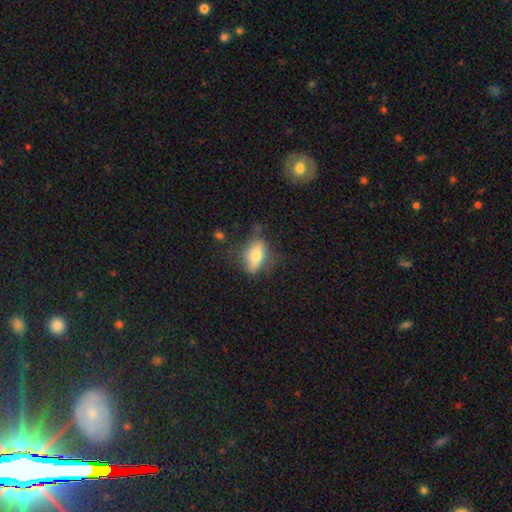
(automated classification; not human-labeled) Morphology: type=smooth (60%); roundness=in between (76%); merging=none (61%).